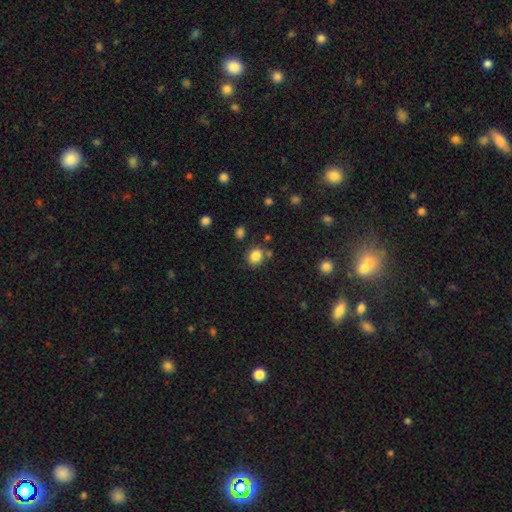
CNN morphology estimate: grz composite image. It shows a smooth galaxy with no disk features (84%) that is round (63%). Merging: none (77%).